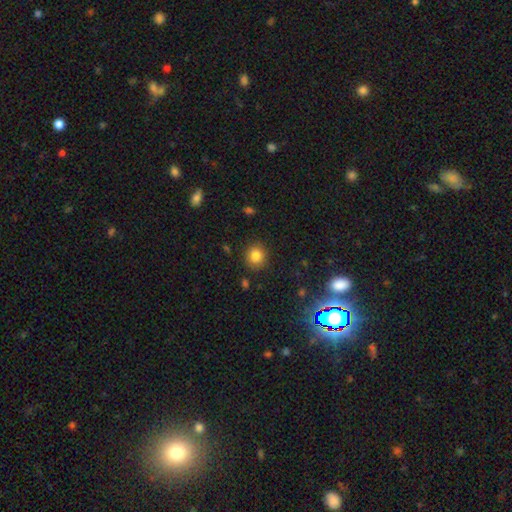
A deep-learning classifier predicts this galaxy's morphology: A smooth galaxy with no disk features (82%) that is round (88%).

Vote fractions:
- Smooth or featured? smooth: 82% / star or artifact: 12% / featured or disk: 6%
- How rounded? round: 88% / in between: 11% / cigar-shaped: 1%
- Merging? none: 89% / minor disturbance: 7% / major disturbance: 2% / merger: 2%